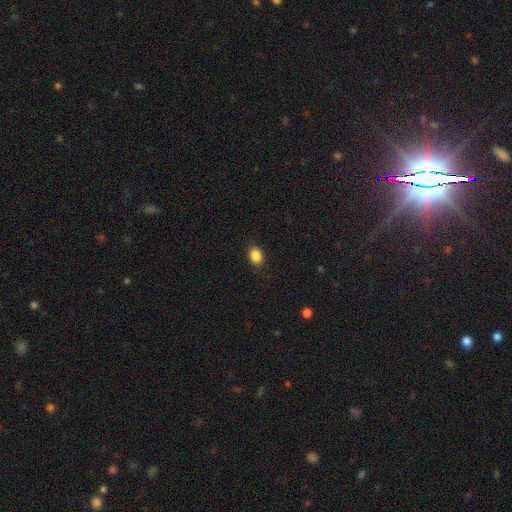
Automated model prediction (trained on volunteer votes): A smooth galaxy with no disk features (88%) that is in between round and cigar-shaped (70%). Merging: none (87%).